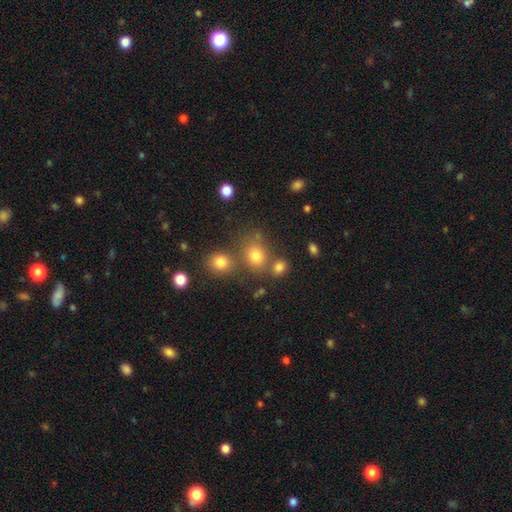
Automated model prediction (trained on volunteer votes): A smooth galaxy with no disk features (75%) that is round (66%).

Vote fractions:
- Smooth or featured? smooth: 75% / star or artifact: 16% / featured or disk: 9%
- How rounded? round: 66% / in between: 33% / cigar-shaped: 1%
- Merging? none: 62% / merger: 22% / minor disturbance: 11% / major disturbance: 5%